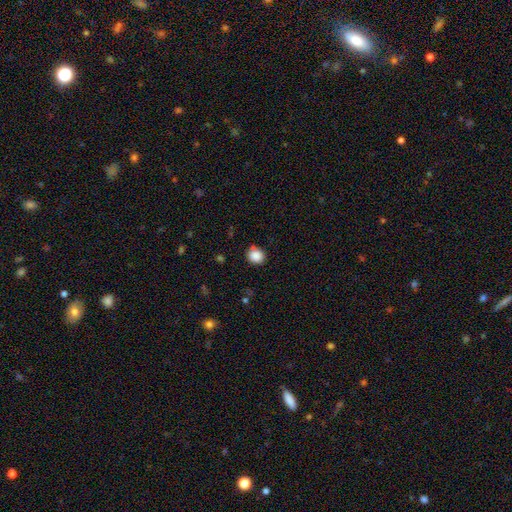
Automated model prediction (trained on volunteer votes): A smooth galaxy with no disk features (87%) that is round (78%). Merging: none (82%).